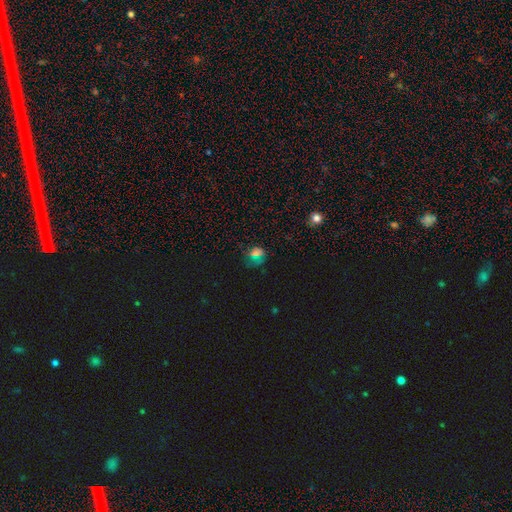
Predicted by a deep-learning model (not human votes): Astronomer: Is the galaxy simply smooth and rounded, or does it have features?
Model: smooth — 45% (runner-up: star or artifact, 42%).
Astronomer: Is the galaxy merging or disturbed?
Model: none — 63%.